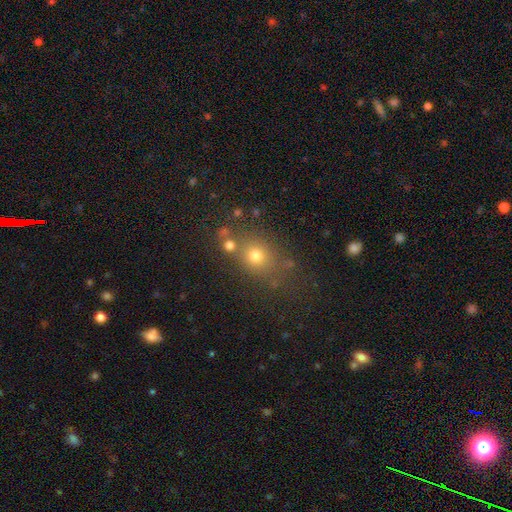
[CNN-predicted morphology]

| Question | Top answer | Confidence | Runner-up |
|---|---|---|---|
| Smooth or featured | smooth | 69% | star or artifact (20%) |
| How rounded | round | 66% | in between (32%) |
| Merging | none | 70% | minor disturbance (13%) |